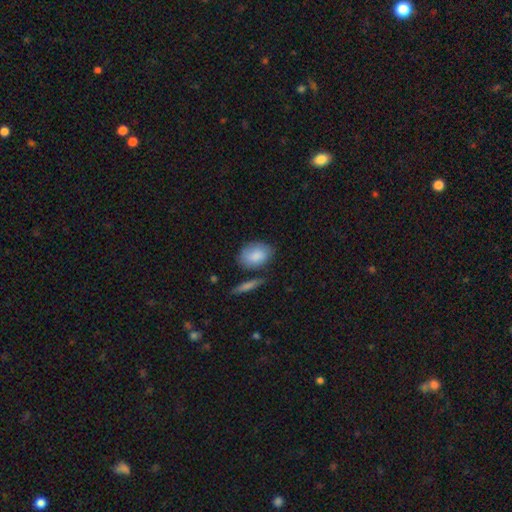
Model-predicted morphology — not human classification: The model was most divided on "merging": none: 68%, minor disturbance: 18%, merger: 10%, major disturbance: 5%. More confident: smooth or featured — smooth (85%); how rounded — in between (81%).